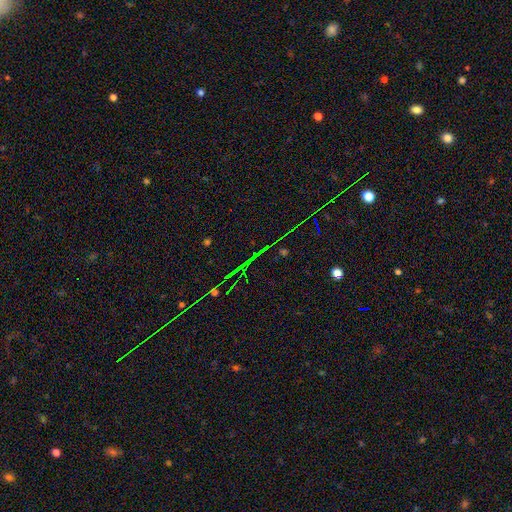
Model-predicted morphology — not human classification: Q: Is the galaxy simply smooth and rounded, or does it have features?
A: star or artifact — 77%.